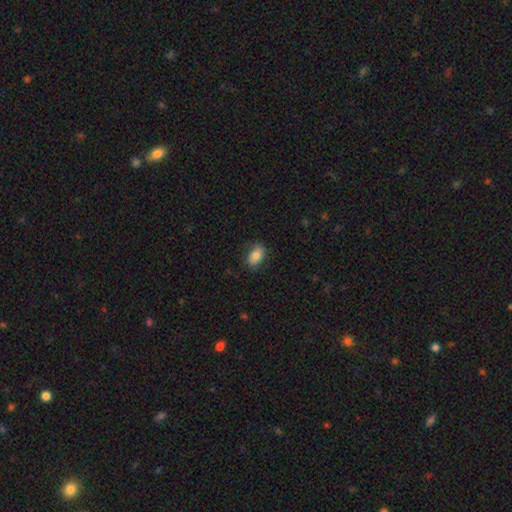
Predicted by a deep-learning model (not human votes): smooth 82%, featured or disk 10%, star or artifact 8%. Down the decision tree: how rounded — in between (89%); merging — none (82%).